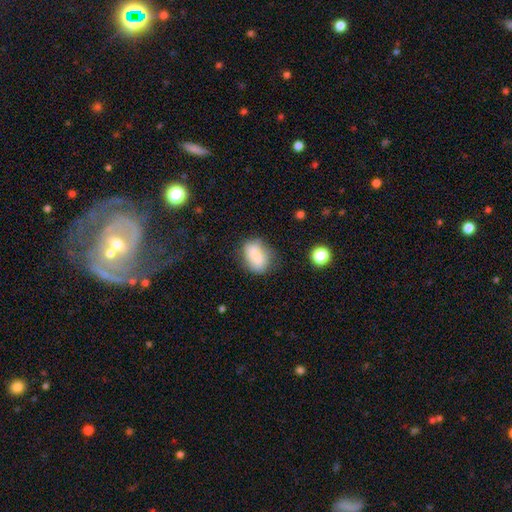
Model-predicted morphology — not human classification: Smooth or featured? Predicted: smooth (p=0.82). How rounded? Predicted: in between (p=0.80). Merging? Predicted: none (p=0.59).